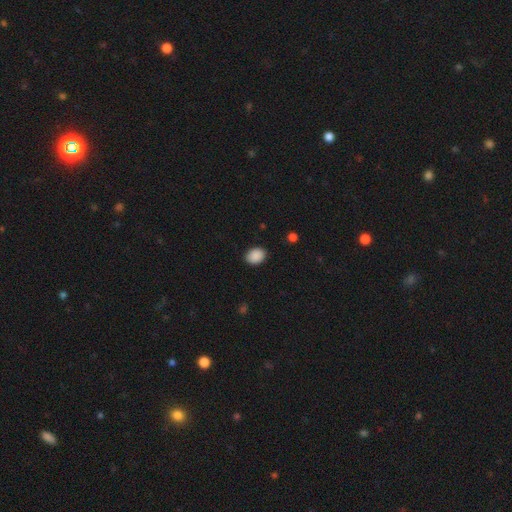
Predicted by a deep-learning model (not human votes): Overall: smooth (90%). How rounded: in between (66%; round 33%). Merging: none (88%).